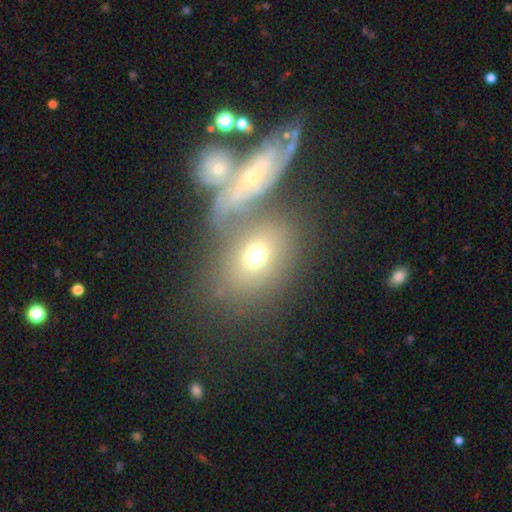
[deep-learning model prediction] This is likely a smooth galaxy (62%). How rounded: likely in between (60%). Merging: marginally none (44%).